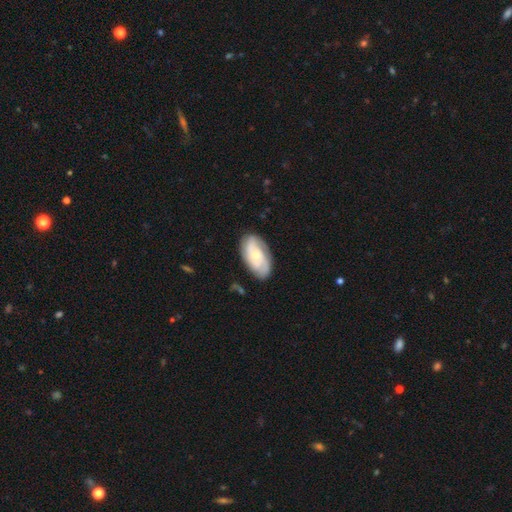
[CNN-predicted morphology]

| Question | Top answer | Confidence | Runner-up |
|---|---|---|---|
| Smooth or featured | featured or disk | 66% | smooth (28%) |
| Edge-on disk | no | 95% | yes (5%) |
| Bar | no | 73% | weak (23%) |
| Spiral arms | yes | 89% | no (11%) |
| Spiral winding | tight | 56% | medium (33%) |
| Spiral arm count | can't tell | 34% | 2 (33%) |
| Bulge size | small | 51% | moderate (42%) |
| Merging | none | 77% | minor disturbance (17%) |